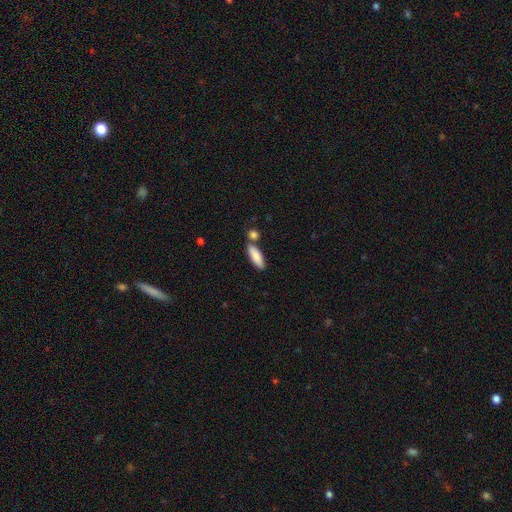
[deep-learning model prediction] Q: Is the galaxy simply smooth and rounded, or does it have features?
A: smooth — 86%.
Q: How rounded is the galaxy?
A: in between — 60%.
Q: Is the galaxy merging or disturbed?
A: none — 69%.